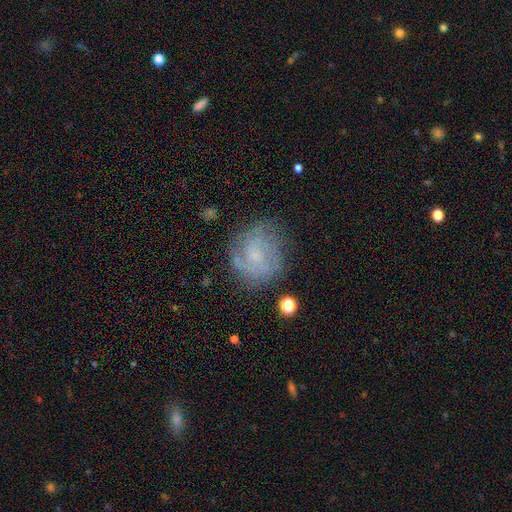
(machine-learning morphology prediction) Q: Smooth or featured?
A: featured or disk (65%); runner-up: smooth (25%)
Q: Edge-on disk?
A: no (98%); runner-up: yes (2%)
Q: Bar?
A: no (61%); runner-up: weak (34%)
Q: Spiral arms?
A: yes (83%); runner-up: no (17%)
Q: Spiral winding?
A: tight (49%); runner-up: medium (37%)
Q: Spiral arm count?
A: can't tell (36%); tied with: 2 (36%)
Q: Bulge size?
A: small (42%); runner-up: none (30%)
Q: Merging?
A: none (67%); runner-up: minor disturbance (20%)